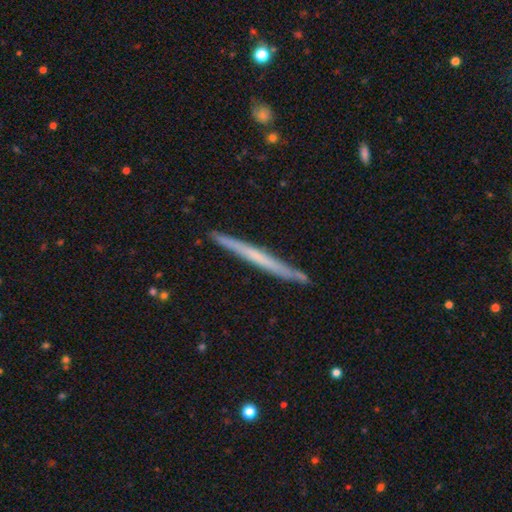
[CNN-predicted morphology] Smooth or featured?
  - featured or disk: 52% *
  - smooth: 42%
  - star or artifact: 6%
Edge-on disk?
  - yes: 97% *
  - no: 3%
Edge-on bulge?
  - none: 85% *
  - rounded: 10%
  - boxy: 5%
Merging?
  - none: 88% *
  - minor disturbance: 8%
  - merger: 2%
  - major disturbance: 1%